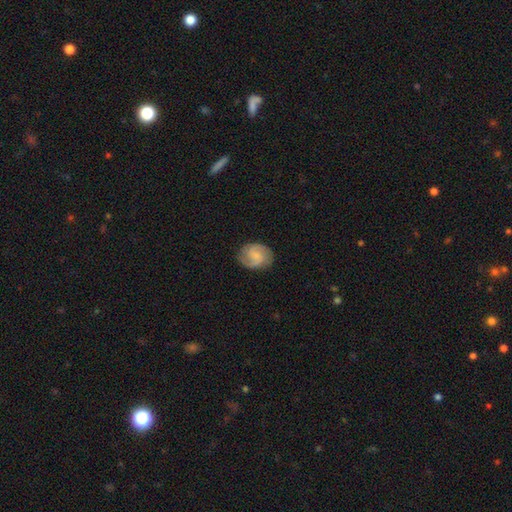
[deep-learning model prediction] Q: Smooth or featured?
A: featured or disk (69%); runner-up: smooth (25%)
Q: Edge-on disk?
A: no (98%); runner-up: yes (2%)
Q: Bar?
A: weak (50%); runner-up: no (41%)
Q: Spiral arms?
A: yes (95%); runner-up: no (5%)
Q: Spiral winding?
A: medium (51%); runner-up: tight (27%)
Q: Spiral arm count?
A: 2 (84%); runner-up: can't tell (6%)
Q: Bulge size?
A: small (50%); runner-up: none (27%)
Q: Merging?
A: none (81%); runner-up: minor disturbance (14%)